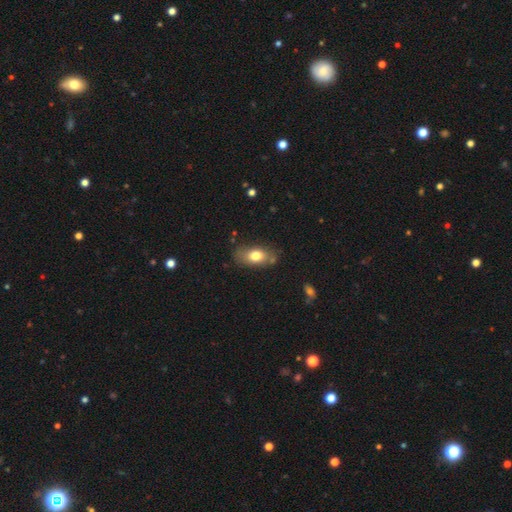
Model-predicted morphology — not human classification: Q: Smooth or featured?
A: smooth (75%); runner-up: featured or disk (17%)
Q: How rounded?
A: in between (87%); runner-up: round (9%)
Q: Merging?
A: none (71%); runner-up: minor disturbance (19%)